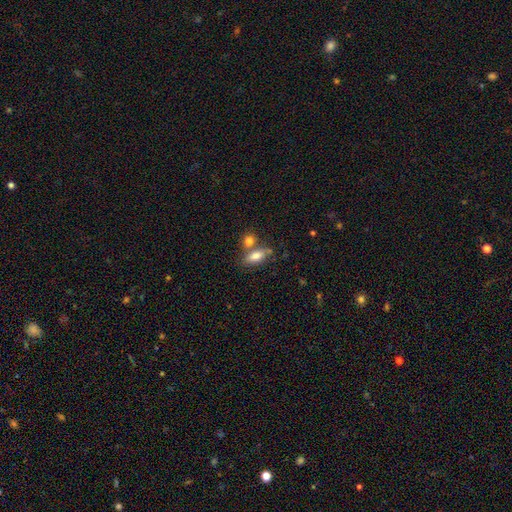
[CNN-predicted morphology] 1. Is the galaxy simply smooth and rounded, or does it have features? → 79% smooth, 13% featured or disk, 8% star or artifact.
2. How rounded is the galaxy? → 80% in between, 13% cigar-shaped, 6% round.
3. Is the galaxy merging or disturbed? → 52% none, 30% merger, 13% minor disturbance, 5% major disturbance.